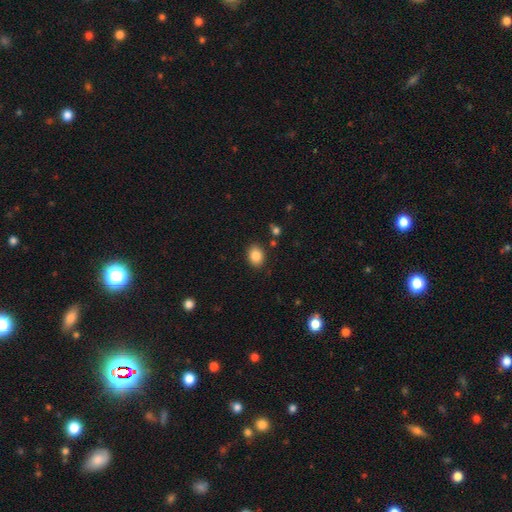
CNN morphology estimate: Smooth or featured? Predicted: smooth (p=0.86). How rounded? Predicted: in between (p=0.61). Merging? Predicted: none (p=0.86).